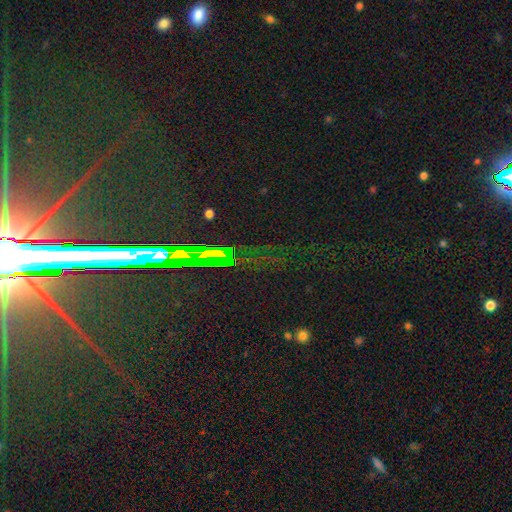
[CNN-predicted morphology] A star or artifact, not a galaxy (78%).

Vote fractions:
- Smooth or featured? star or artifact: 78% / featured or disk: 13% / smooth: 9%